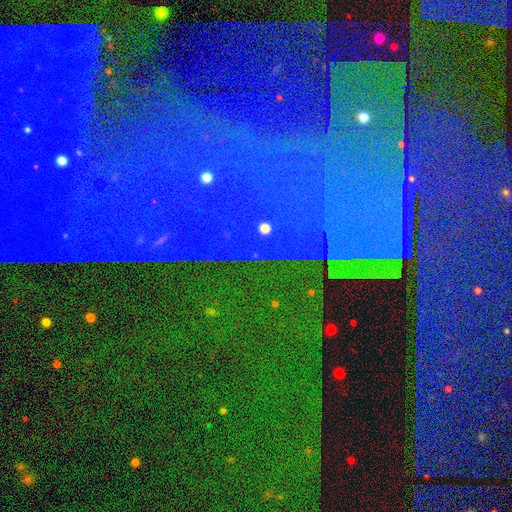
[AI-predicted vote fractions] This is clearly a star or artifact rather than a galaxy (88%).